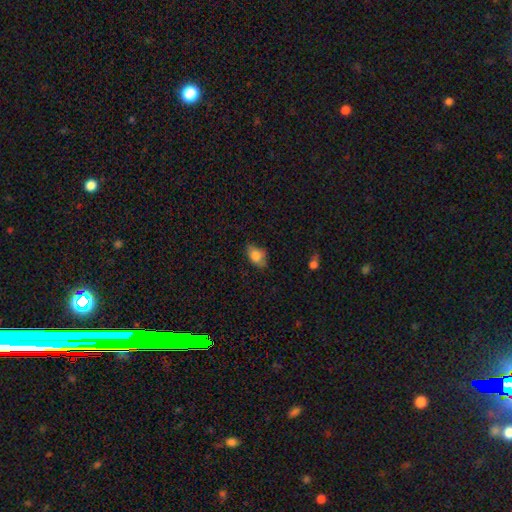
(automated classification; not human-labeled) smooth 80%, featured or disk 11%, star or artifact 8%. Down the decision tree: how rounded — in between (85%); merging — none (72%).